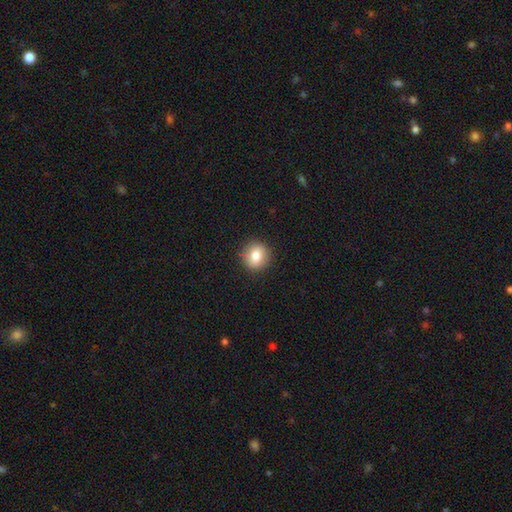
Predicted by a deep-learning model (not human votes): Morphology: type=smooth (81%); roundness=round (84%); merging=none (89%).